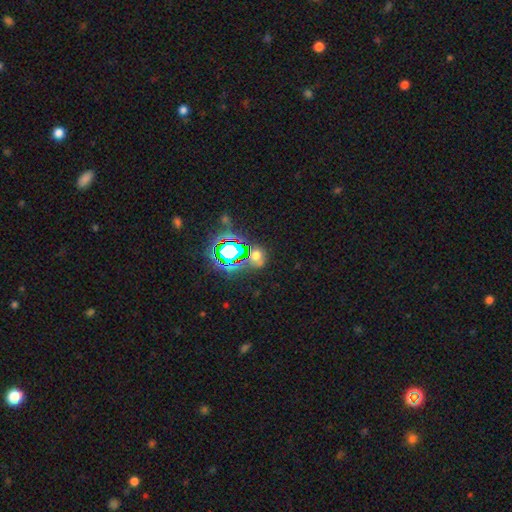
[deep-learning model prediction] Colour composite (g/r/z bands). It shows a star or artifact, not a galaxy (52%).